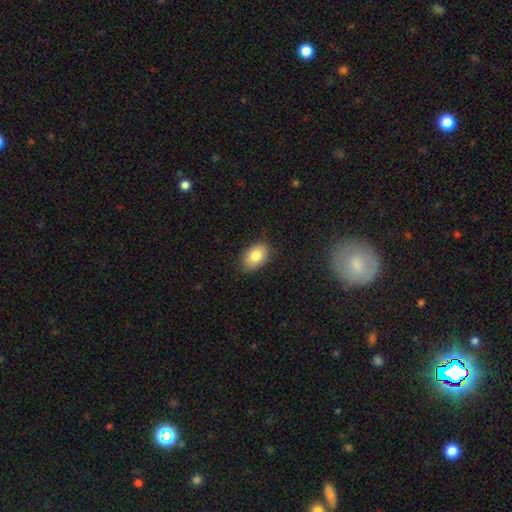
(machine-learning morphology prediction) type=smooth (82%); roundness=in between (86%); merging=none (83%).